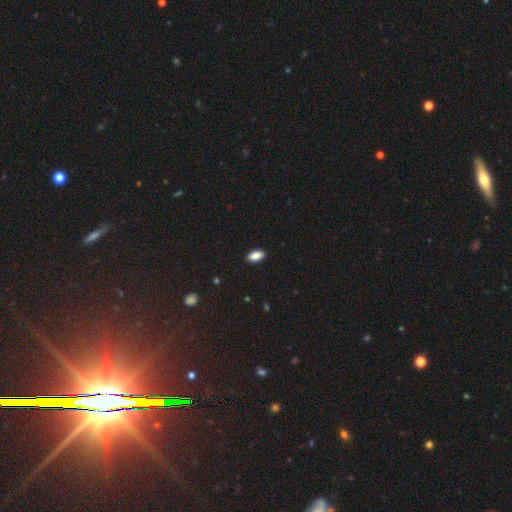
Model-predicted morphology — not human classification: A smooth galaxy with no disk features (87%) that is in between round and cigar-shaped (91%).

Vote fractions:
- Smooth or featured? smooth: 87% / star or artifact: 8% / featured or disk: 5%
- How rounded? in between: 91% / cigar-shaped: 5% / round: 3%
- Merging? none: 90% / minor disturbance: 7% / major disturbance: 2% / merger: 1%